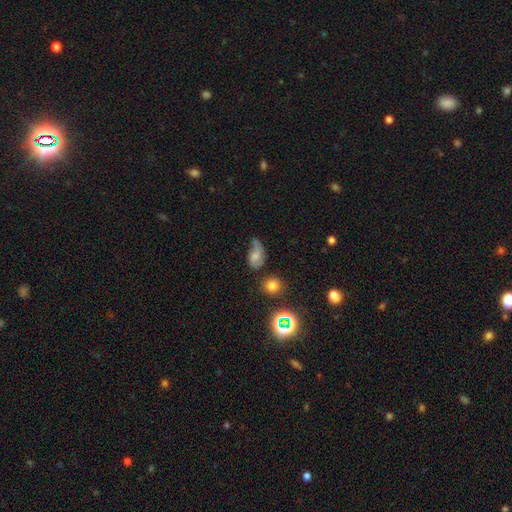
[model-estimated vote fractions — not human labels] Smooth or featured? Predicted: smooth (p=0.50). How rounded? Predicted: in between (p=0.82). Merging? Predicted: minor disturbance (p=0.35).